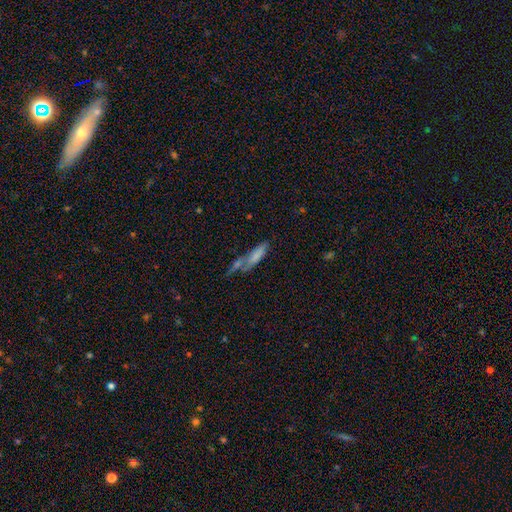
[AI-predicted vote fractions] smooth 72%, featured or disk 18%, star or artifact 10%. Down the decision tree: how rounded — cigar-shaped (62%); merging — merger (39%).